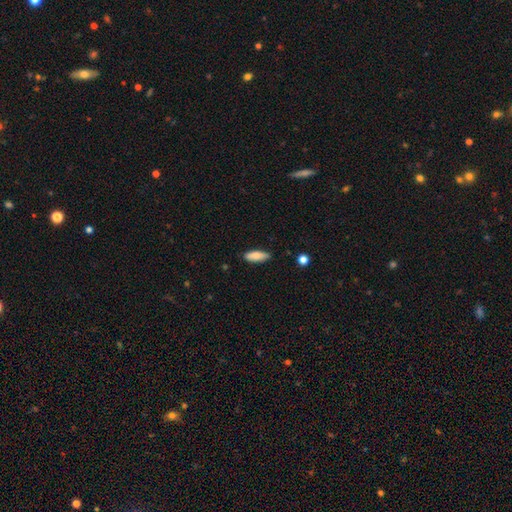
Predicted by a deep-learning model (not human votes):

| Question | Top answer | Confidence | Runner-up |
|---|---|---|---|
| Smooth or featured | smooth | 80% | featured or disk (13%) |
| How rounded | in between | 65% | cigar-shaped (33%) |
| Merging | none | 81% | minor disturbance (15%) |